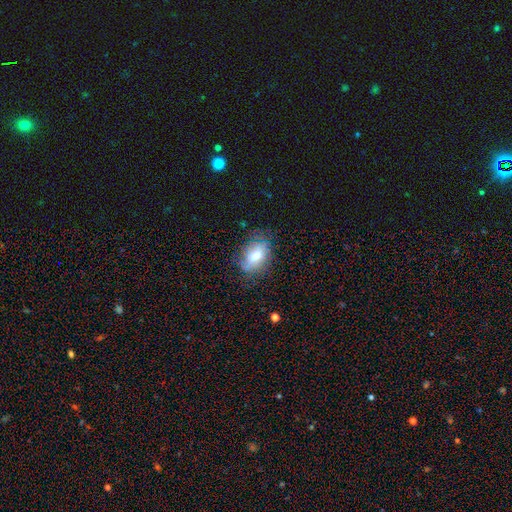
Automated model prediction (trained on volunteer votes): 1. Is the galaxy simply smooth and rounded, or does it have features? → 61% smooth, 30% featured or disk, 10% star or artifact.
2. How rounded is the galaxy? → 85% in between, 11% round, 4% cigar-shaped.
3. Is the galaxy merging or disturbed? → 65% none, 25% minor disturbance, 9% major disturbance, 2% merger.